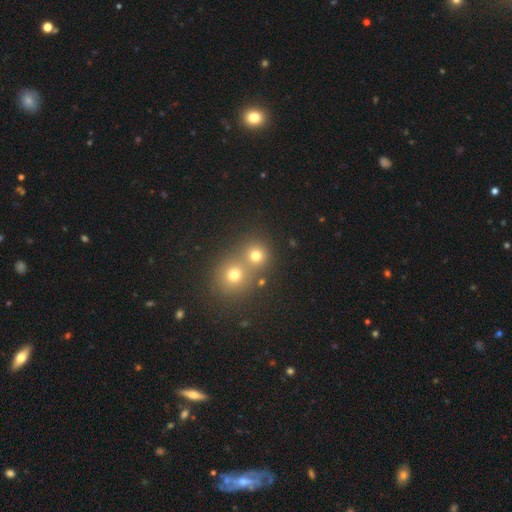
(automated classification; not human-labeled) smooth 74%, star or artifact 18%, featured or disk 8%. Down the decision tree: how rounded — round (87%); merging — none (49%).